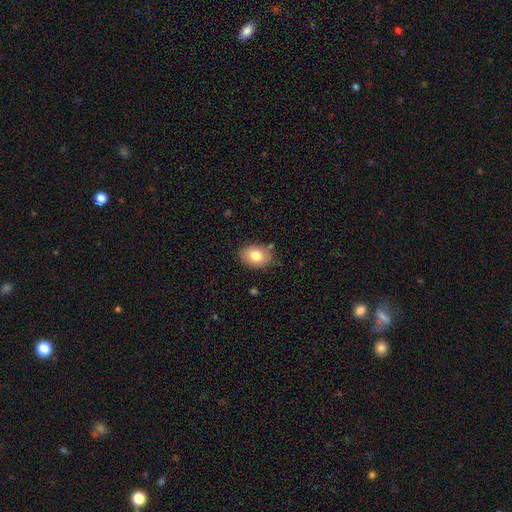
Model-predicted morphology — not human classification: Overall: smooth (80%). How rounded: in between (70%). Merging: none (80%).